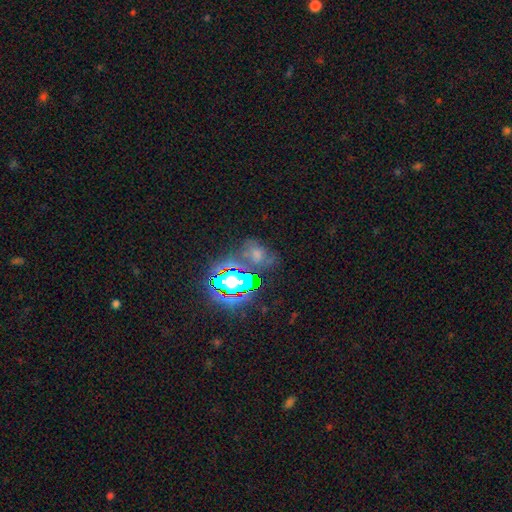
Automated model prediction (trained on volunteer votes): Smooth or featured: star or artifact — 42% (smooth — 38%)